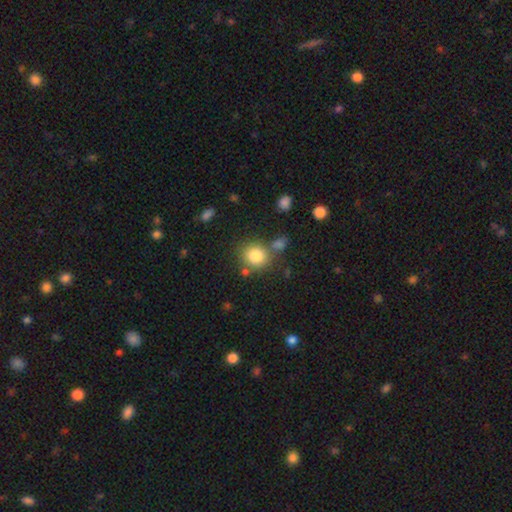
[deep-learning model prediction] Q: Smooth or featured?
A: smooth (83%); runner-up: star or artifact (10%)
Q: How rounded?
A: round (83%); runner-up: in between (16%)
Q: Merging?
A: none (70%); runner-up: merger (14%)